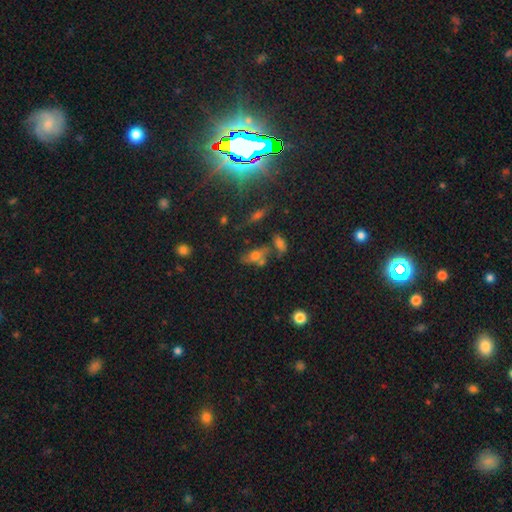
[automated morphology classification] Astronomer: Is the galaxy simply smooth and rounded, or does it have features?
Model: smooth — 56%.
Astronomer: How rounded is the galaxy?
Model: in between — 76%.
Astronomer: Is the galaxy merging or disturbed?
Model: none — 47% (runner-up: merger, 27%).